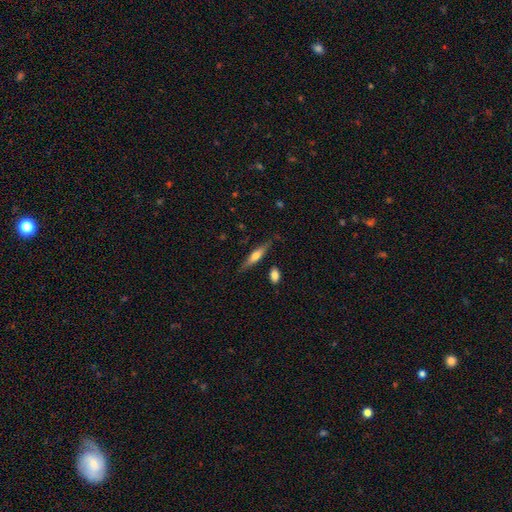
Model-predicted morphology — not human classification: Q: Smooth or featured?
A: smooth (50%); runner-up: featured or disk (44%)
Q: Merging?
A: none (79%); runner-up: minor disturbance (14%)